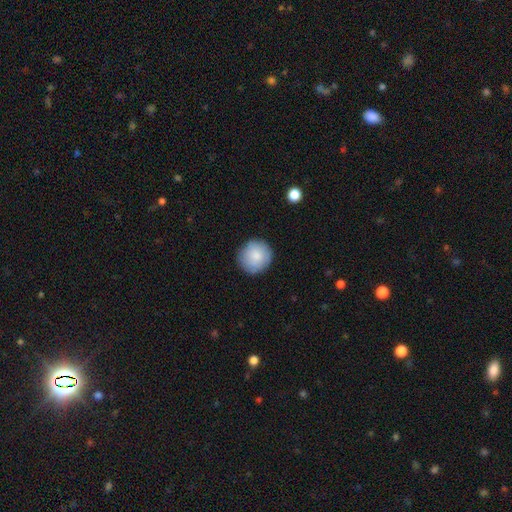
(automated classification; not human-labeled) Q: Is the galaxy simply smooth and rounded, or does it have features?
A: smooth — 85%.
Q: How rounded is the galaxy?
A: round — 93%.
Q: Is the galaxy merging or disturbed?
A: none — 87%.